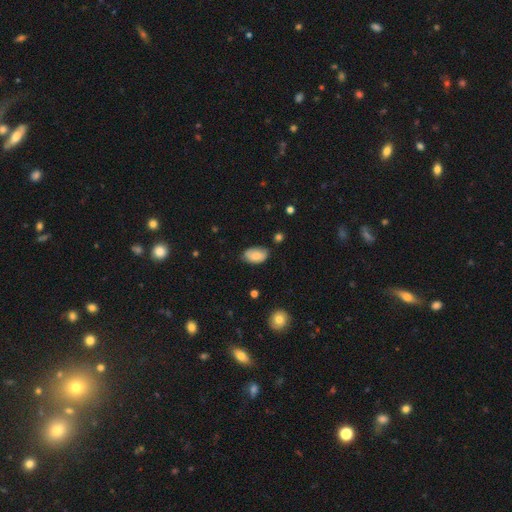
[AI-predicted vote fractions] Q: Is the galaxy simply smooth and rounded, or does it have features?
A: smooth — 79%.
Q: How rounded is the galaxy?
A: in between — 93%.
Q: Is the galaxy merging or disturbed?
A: none — 66%.